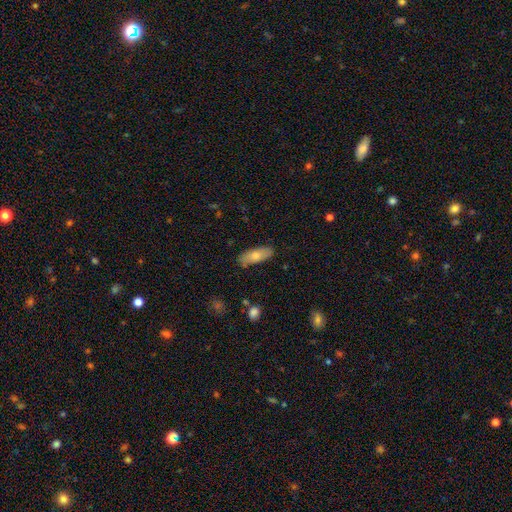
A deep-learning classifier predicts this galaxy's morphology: Q: Smooth or featured?
A: smooth (75%); runner-up: featured or disk (19%)
Q: How rounded?
A: in between (70%); runner-up: cigar-shaped (27%)
Q: Merging?
A: none (85%); runner-up: minor disturbance (12%)